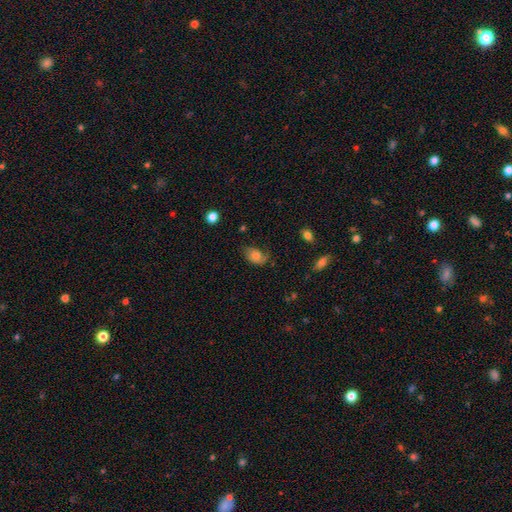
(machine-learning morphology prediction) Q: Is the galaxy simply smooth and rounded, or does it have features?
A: smooth — 59%.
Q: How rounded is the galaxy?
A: in between — 80%.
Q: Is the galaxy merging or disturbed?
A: none — 50%.